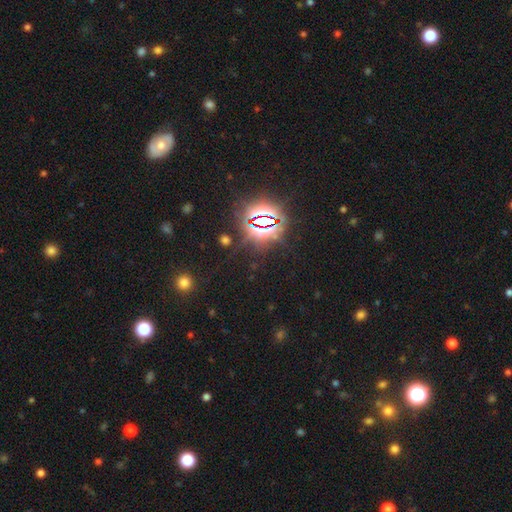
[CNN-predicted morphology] This is likely a star or artifact rather than a galaxy (79%).